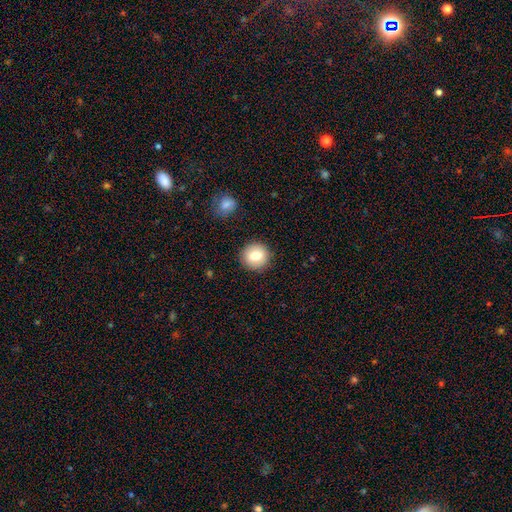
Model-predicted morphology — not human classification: A smooth galaxy with no disk features (79%) that is round (90%). Merging: none (89%).